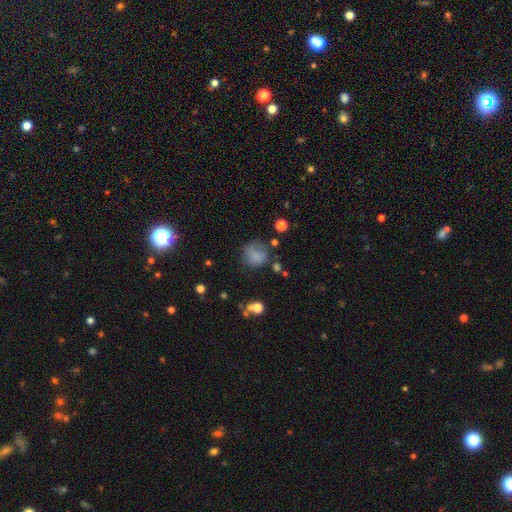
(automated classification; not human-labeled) This is likely a smooth galaxy (77%). How rounded: clearly round (81%). Merging: likely none (62%).